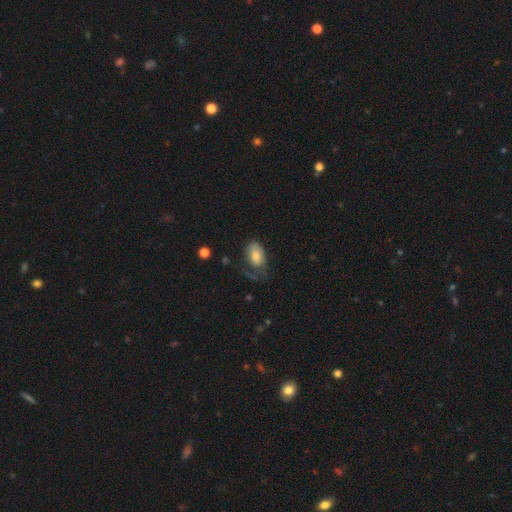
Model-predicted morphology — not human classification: Smooth or featured?
  - smooth: 73% *
  - featured or disk: 19%
  - star or artifact: 8%
How rounded?
  - in between: 91% *
  - round: 7%
  - cigar-shaped: 2%
Merging?
  - none: 39% *
  - major disturbance: 30%
  - minor disturbance: 28%
  - merger: 2%